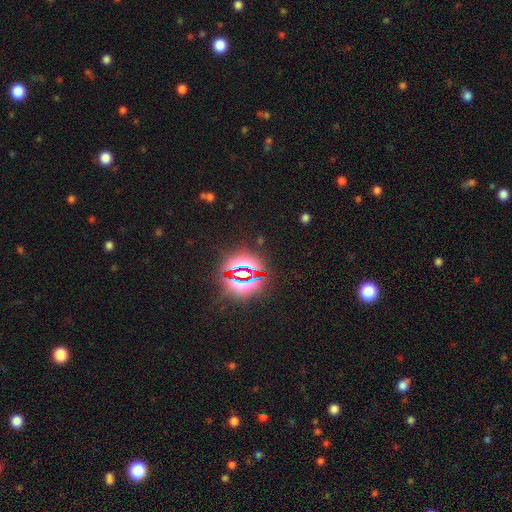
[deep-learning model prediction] Smooth or featured: star or artifact — 83% (smooth — 11%)